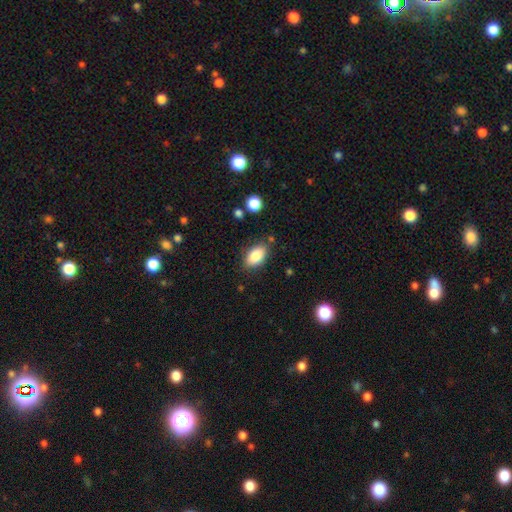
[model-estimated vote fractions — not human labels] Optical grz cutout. It shows a smooth galaxy with no disk features (86%) that is in between round and cigar-shaped (91%). Merging: none (82%).